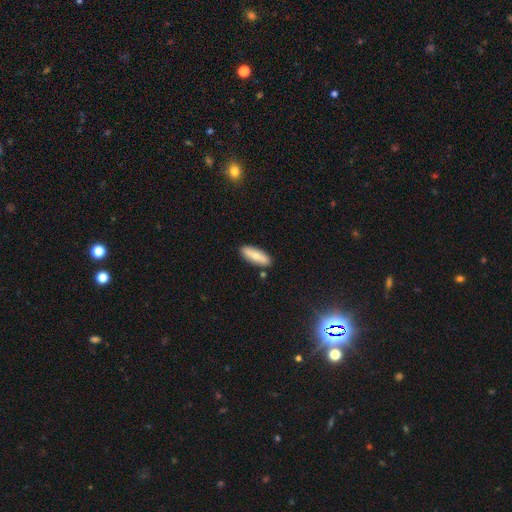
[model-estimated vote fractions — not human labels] Smooth or featured? smooth (75%)
How rounded? in between (58%)
Merging? none (86%)